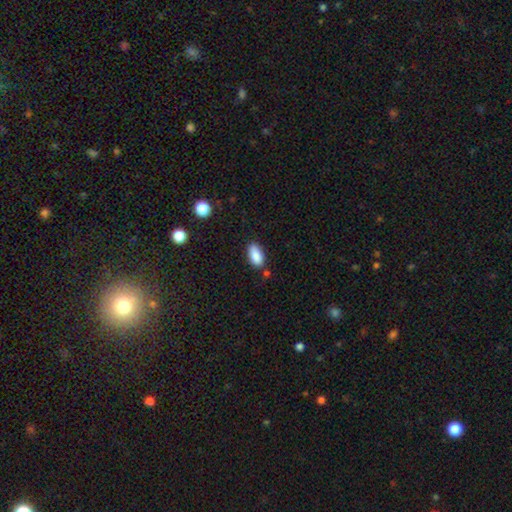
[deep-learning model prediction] Smooth or featured: smooth — 88% (star or artifact — 8%)
How rounded: in between — 91% (cigar-shaped — 6%)
Merging: none — 77% (minor disturbance — 15%)